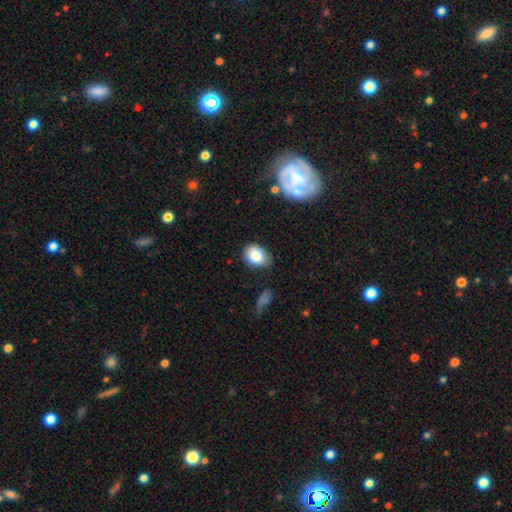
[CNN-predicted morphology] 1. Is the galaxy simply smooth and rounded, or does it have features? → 82% smooth, 9% featured or disk, 9% star or artifact.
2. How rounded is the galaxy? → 61% in between, 38% round, 1% cigar-shaped.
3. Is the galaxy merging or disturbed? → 74% none, 20% minor disturbance, 4% major disturbance, 3% merger.